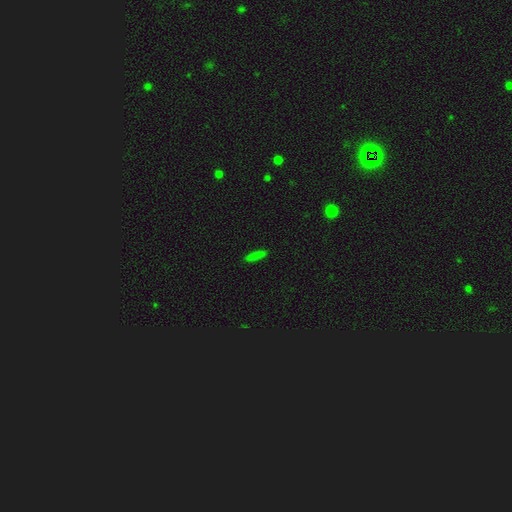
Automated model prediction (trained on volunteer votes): Morphology: type=smooth (82%); roundness=cigar-shaped (82%); merging=none (89%).